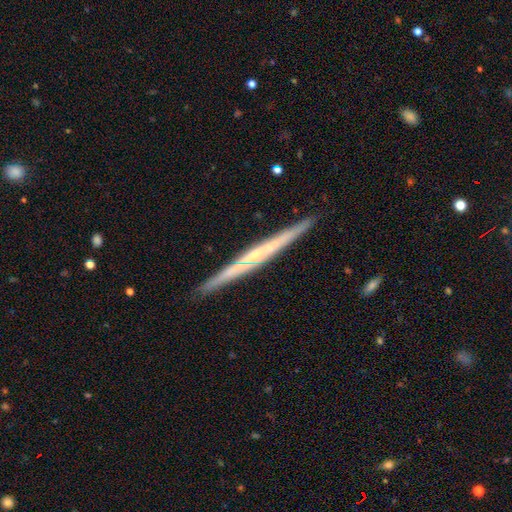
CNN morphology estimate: Smooth or featured?
  - featured or disk: 70% *
  - smooth: 24%
  - star or artifact: 6%
Edge-on disk?
  - yes: 98% *
  - no: 2%
Edge-on bulge?
  - none: 64% *
  - rounded: 29%
  - boxy: 6%
Merging?
  - none: 92% *
  - minor disturbance: 6%
  - major disturbance: 1%
  - merger: 1%